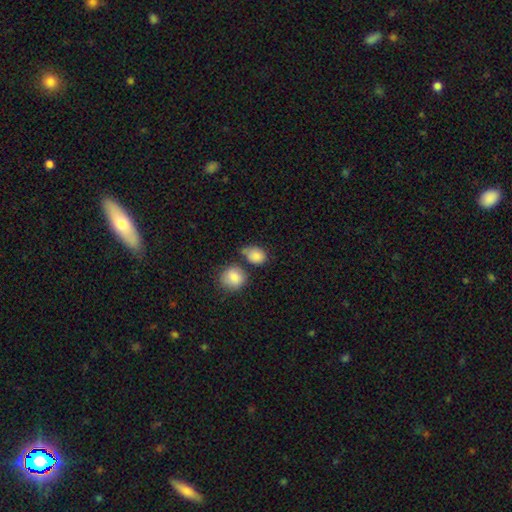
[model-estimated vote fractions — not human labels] The model was most divided on "how rounded": round: 50%, in between: 48%, cigar-shaped: 1%. Remaining: smooth or featured — smooth (86%); merging — none (47%).